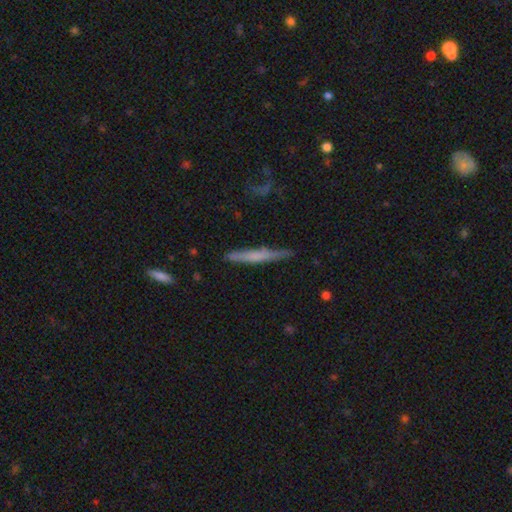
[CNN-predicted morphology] A smooth galaxy with no disk features (54%) that is cigar-shaped (95%).

Vote fractions:
- Smooth or featured? smooth: 54% / featured or disk: 39% / star or artifact: 6%
- How rounded? cigar-shaped: 95% / in between: 4% / round: 2%
- Merging? none: 83% / minor disturbance: 13% / major disturbance: 2% / merger: 2%